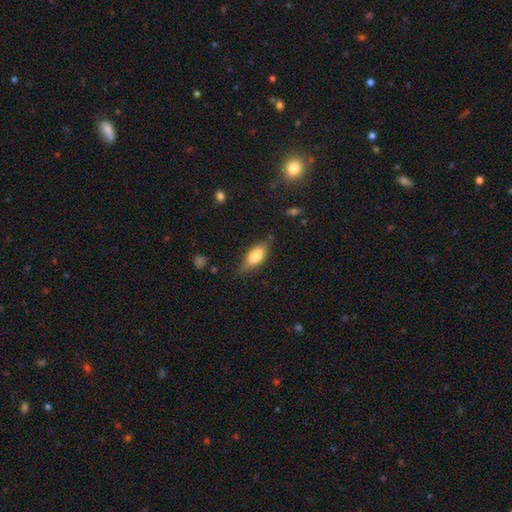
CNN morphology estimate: smooth_or_featured: smooth (p=0.73) [alt: featured or disk p=0.21]
how_rounded: in between (p=0.79) [alt: cigar-shaped p=0.18]
merging: none (p=0.71) [alt: minor disturbance p=0.22]